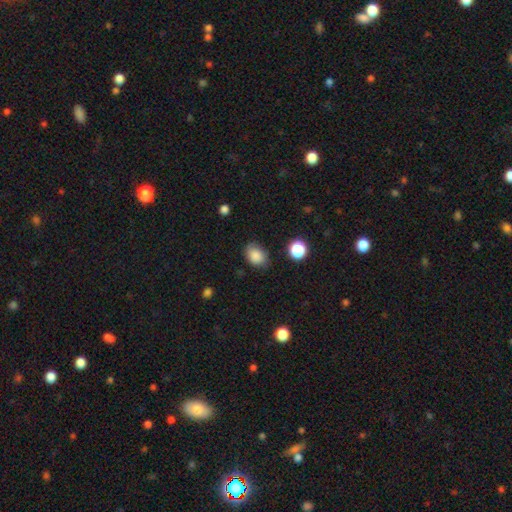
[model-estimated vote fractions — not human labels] Smooth or featured? Predicted: smooth (p=0.86). How rounded? Predicted: in between (p=0.70). Merging? Predicted: none (p=0.73).